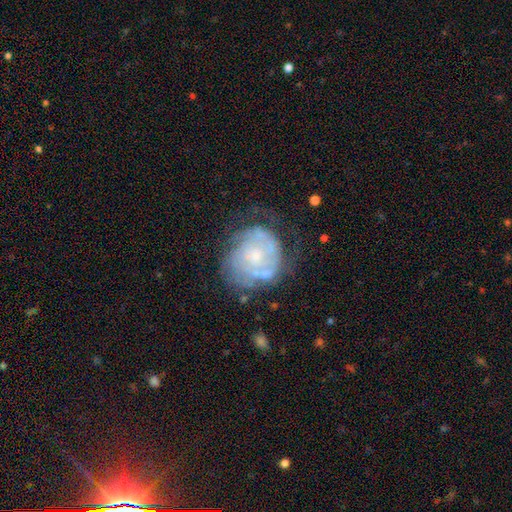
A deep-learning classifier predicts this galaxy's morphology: Smooth or featured? featured or disk (70%)
Edge-on disk? no (98%)
Bar? no (80%)
Spiral arms? yes (72%)
Bulge size? small (61%)
Merging? none (54%)